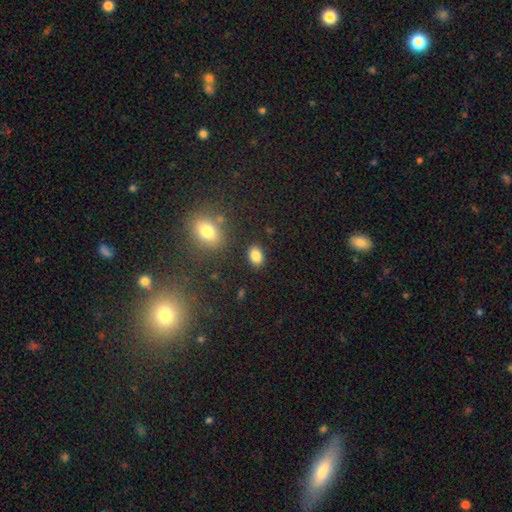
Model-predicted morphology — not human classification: Smooth or featured?
  - smooth: 85% *
  - star or artifact: 9%
  - featured or disk: 5%
How rounded?
  - in between: 78% *
  - round: 21%
  - cigar-shaped: 1%
Merging?
  - none: 85% *
  - minor disturbance: 9%
  - merger: 3%
  - major disturbance: 3%